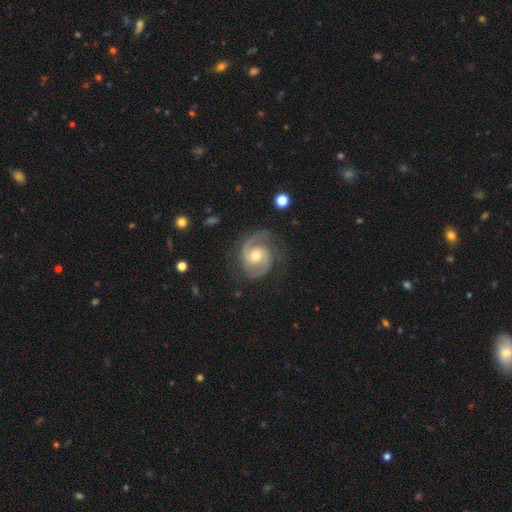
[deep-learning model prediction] Q: Smooth or featured?
A: featured or disk (91%); runner-up: star or artifact (4%)
Q: Edge-on disk?
A: no (98%); runner-up: yes (2%)
Q: Bar?
A: no (61%); runner-up: weak (32%)
Q: Spiral arms?
A: yes (98%); runner-up: no (2%)
Q: Spiral winding?
A: medium (51%); runner-up: tight (39%)
Q: Spiral arm count?
A: 2 (90%); runner-up: 3 (3%)
Q: Bulge size?
A: moderate (61%); runner-up: small (34%)
Q: Merging?
A: none (77%); runner-up: minor disturbance (16%)